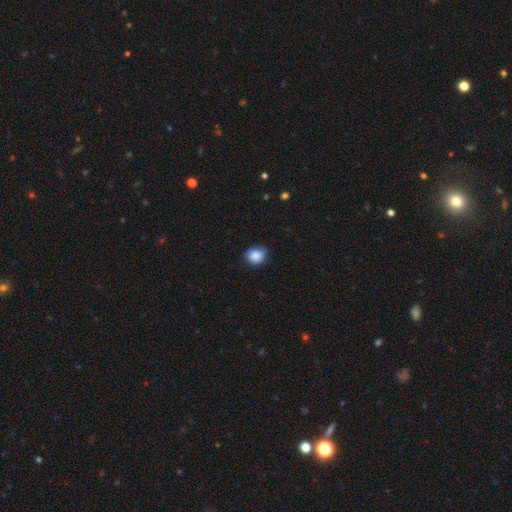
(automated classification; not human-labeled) Smooth or featured?
  - smooth: 87% *
  - star or artifact: 8%
  - featured or disk: 5%
How rounded?
  - round: 61% *
  - in between: 38%
  - cigar-shaped: 1%
Merging?
  - none: 67% *
  - minor disturbance: 27%
  - major disturbance: 5%
  - merger: 1%